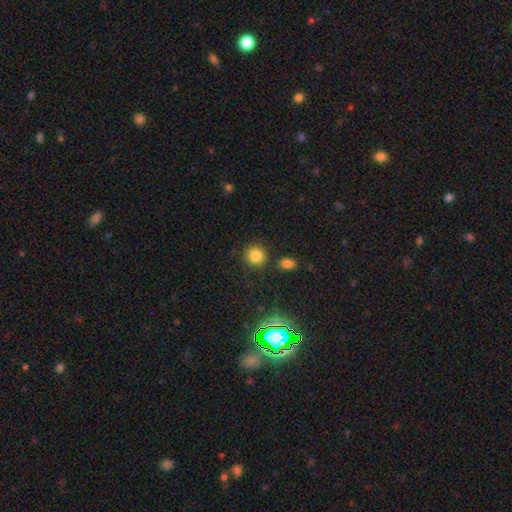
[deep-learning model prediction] smooth_or_featured: smooth (p=0.80) [alt: star or artifact p=0.14]
how_rounded: round (p=0.89) [alt: in between p=0.10]
merging: none (p=0.84) [alt: minor disturbance p=0.08]